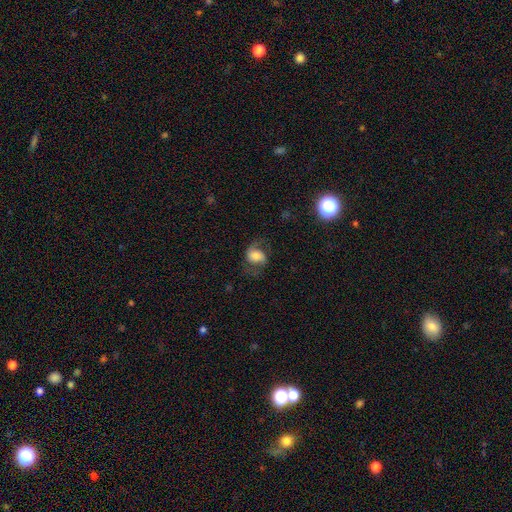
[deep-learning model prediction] smooth_or_featured: featured or disk (p=0.47) [alt: smooth p=0.42]
merging: none (p=0.60) [alt: minor disturbance p=0.20]